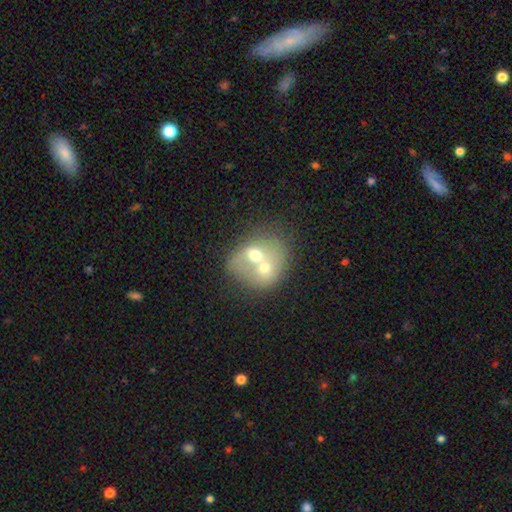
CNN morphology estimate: smooth-or-featured: smooth: 54% | featured or disk: 37% | star or artifact: 10%
  how-rounded: round: 58% | in between: 41% | cigar-shaped: 1%
  merging: merger: 77% | none: 14% | minor disturbance: 6% | major disturbance: 4%